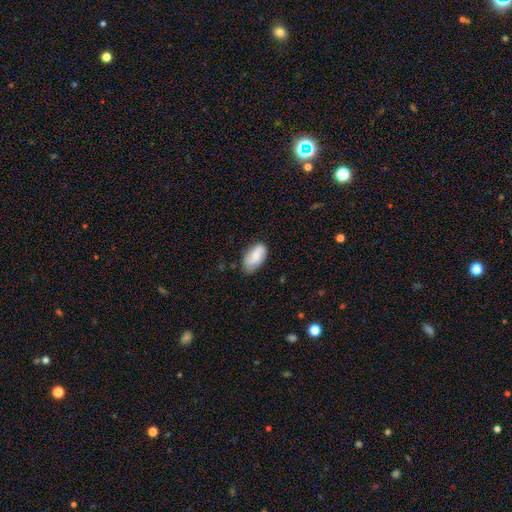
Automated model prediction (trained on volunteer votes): A smooth galaxy with no disk features (54%) that is in between round and cigar-shaped (92%). Merging: none (69%).